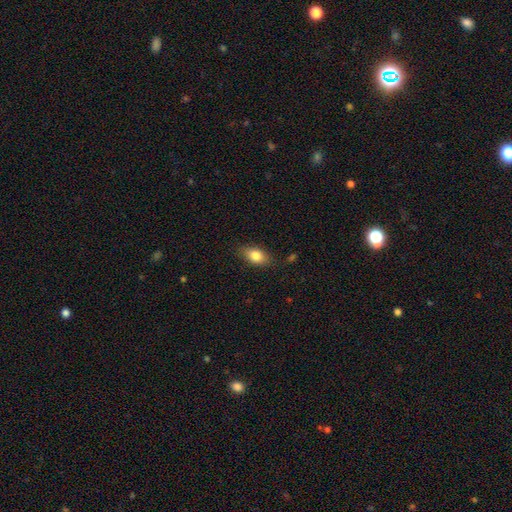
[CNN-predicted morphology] Smooth or featured: smooth — 82% (featured or disk — 10%)
How rounded: in between — 87% (round — 8%)
Merging: none — 81% (minor disturbance — 14%)